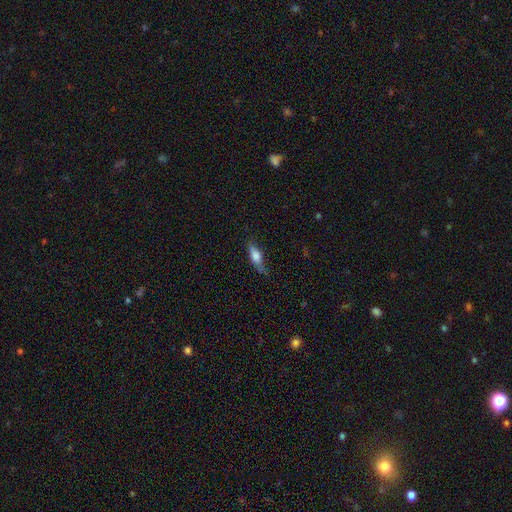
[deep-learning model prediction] This is likely a smooth galaxy (64%). How rounded: possibly in between (53%). Merging: likely none (61%).